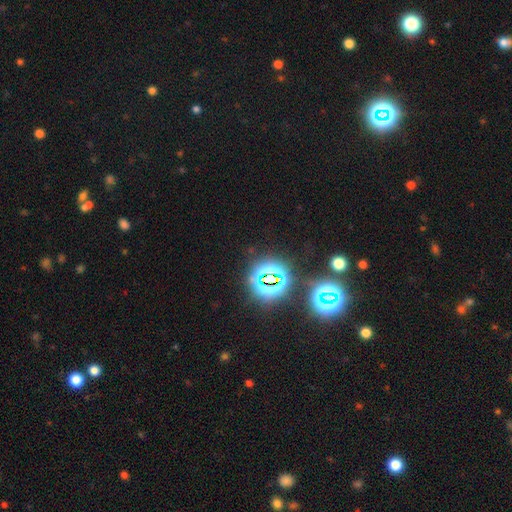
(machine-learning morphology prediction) The model was most divided on "smooth or featured": star or artifact: 81%, smooth: 13%, featured or disk: 6%.